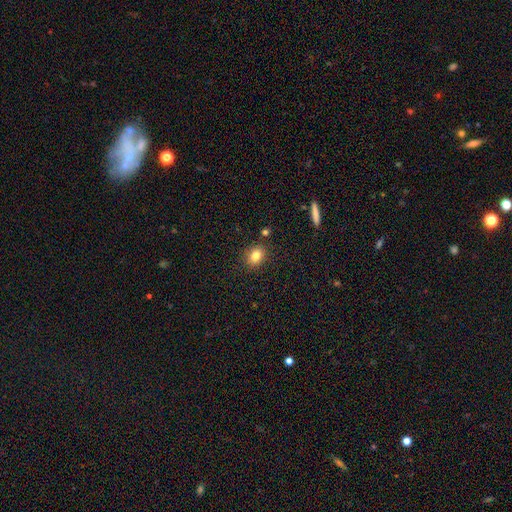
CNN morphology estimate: smooth-or-featured: smooth: 82% | star or artifact: 10% | featured or disk: 8%
  how-rounded: in between: 54% | round: 45% | cigar-shaped: 1%
  merging: none: 85% | minor disturbance: 10% | merger: 3% | major disturbance: 2%